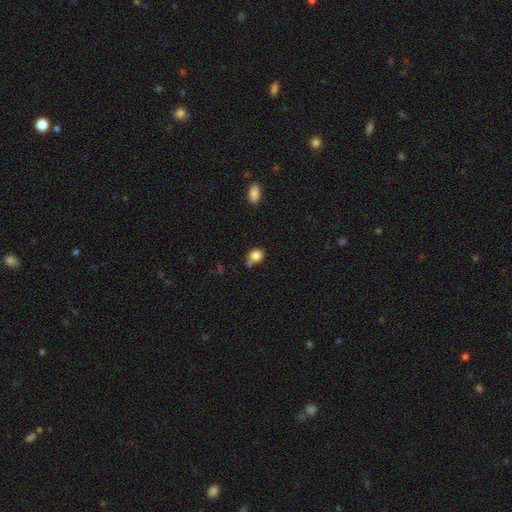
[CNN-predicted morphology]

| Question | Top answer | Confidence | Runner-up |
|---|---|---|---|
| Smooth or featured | smooth | 83% | star or artifact (10%) |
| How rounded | round | 64% | in between (35%) |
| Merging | none | 51% | minor disturbance (26%) |